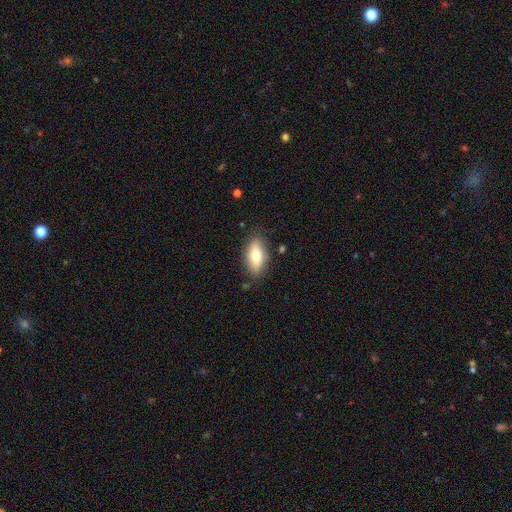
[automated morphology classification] A smooth galaxy with no disk features (73%) that is in between round and cigar-shaped (86%). Merging: none (81%).